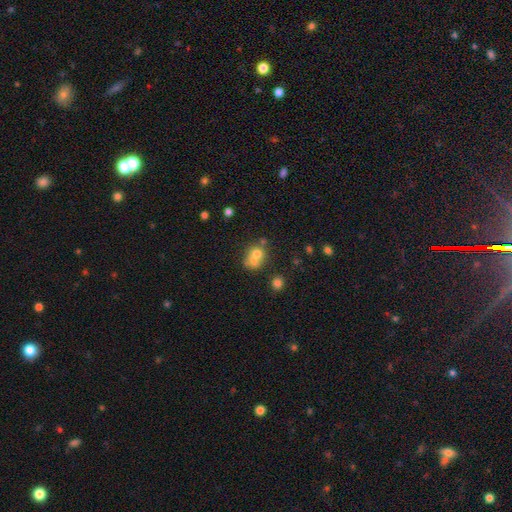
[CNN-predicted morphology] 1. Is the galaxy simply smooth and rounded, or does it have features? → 65% smooth, 21% featured or disk, 14% star or artifact.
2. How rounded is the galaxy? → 66% round, 33% in between, 1% cigar-shaped.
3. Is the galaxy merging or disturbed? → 54% merger, 32% none, 9% minor disturbance, 5% major disturbance.